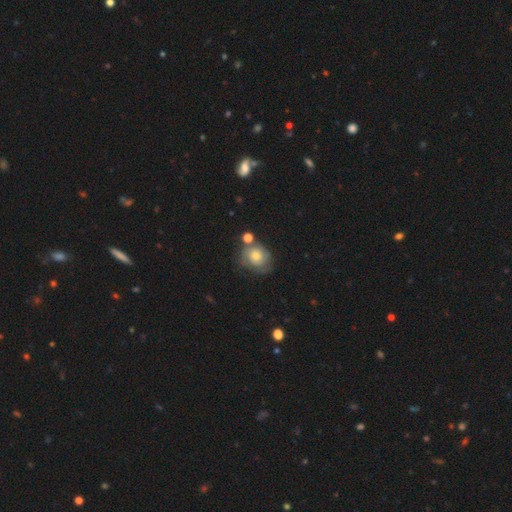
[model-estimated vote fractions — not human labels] Q: Smooth or featured?
A: smooth (56%); runner-up: featured or disk (36%)
Q: How rounded?
A: round (63%); runner-up: in between (36%)
Q: Merging?
A: none (52%); runner-up: minor disturbance (24%)